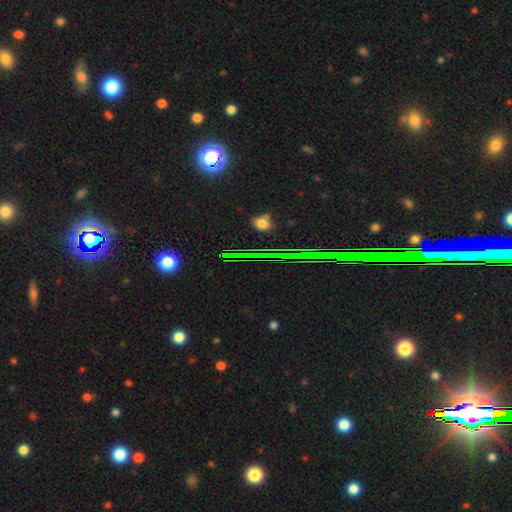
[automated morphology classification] star or artifact 77%, smooth 12%, featured or disk 12%.